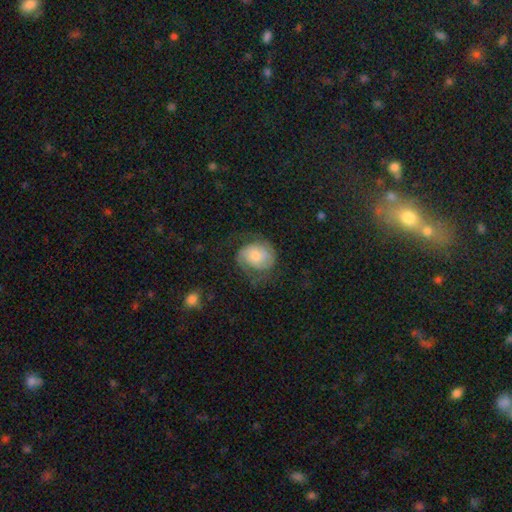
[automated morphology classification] Smooth or featured: featured or disk — 61% (smooth — 32%)
Edge-on disk: no — 97% (yes — 3%)
Bar: no — 71% (weak — 24%)
Spiral arms: yes — 89% (no — 11%)
Spiral winding: medium — 42% (tight — 34%)
Spiral arm count: 2 — 75% (can't tell — 12%)
Bulge size: moderate — 44% (small — 40%)
Merging: none — 57% (minor disturbance — 22%)